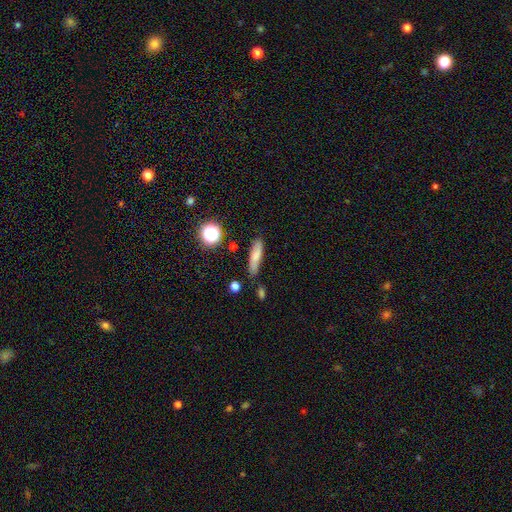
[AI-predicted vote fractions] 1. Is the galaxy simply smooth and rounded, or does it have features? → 75% smooth, 15% featured or disk, 10% star or artifact.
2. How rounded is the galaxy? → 68% cigar-shaped, 28% in between, 4% round.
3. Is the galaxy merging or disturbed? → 75% none, 17% minor disturbance, 4% merger, 4% major disturbance.